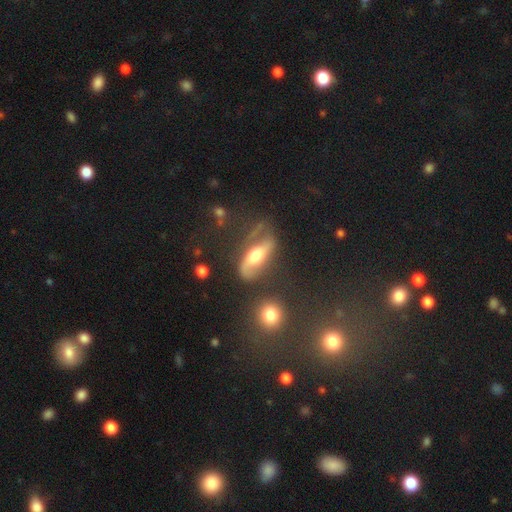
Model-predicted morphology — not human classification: Smooth or featured? featured or disk (69%)
Edge-on disk? no (82%)
Bar? no (40%)
Spiral arms? yes (80%)
Bulge size? moderate (55%)
Merging? none (54%)